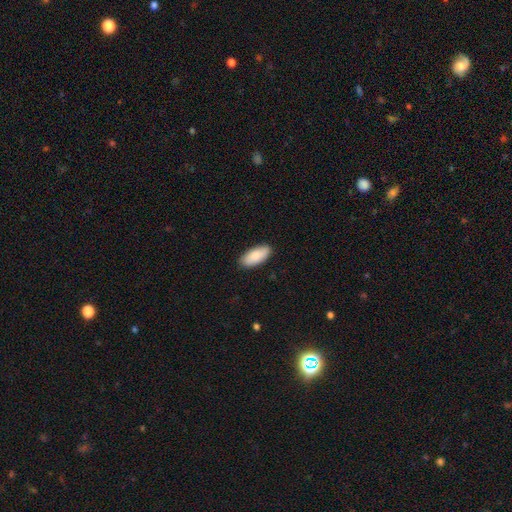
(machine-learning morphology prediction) This is clearly a smooth galaxy (86%). How rounded: clearly in between (88%). Merging: clearly none (86%).